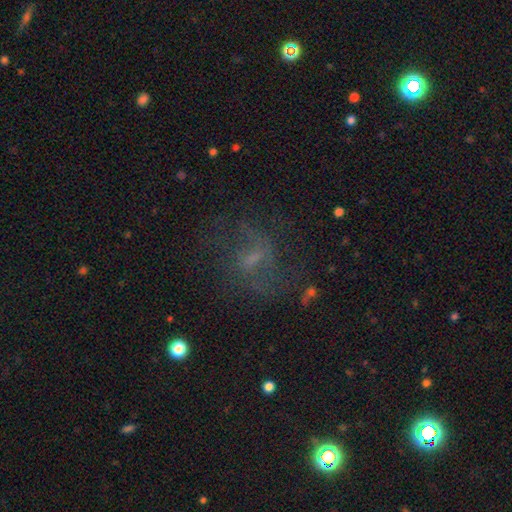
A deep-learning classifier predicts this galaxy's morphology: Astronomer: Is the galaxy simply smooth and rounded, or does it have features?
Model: featured or disk — 56%.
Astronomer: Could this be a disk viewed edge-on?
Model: no — 96%.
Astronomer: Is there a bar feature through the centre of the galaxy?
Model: weak — 50% (runner-up: no, 35%).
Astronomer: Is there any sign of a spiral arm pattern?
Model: yes — 67%.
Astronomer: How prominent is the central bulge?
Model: small — 46% (runner-up: none, 26%).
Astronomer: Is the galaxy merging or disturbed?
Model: none — 57%.